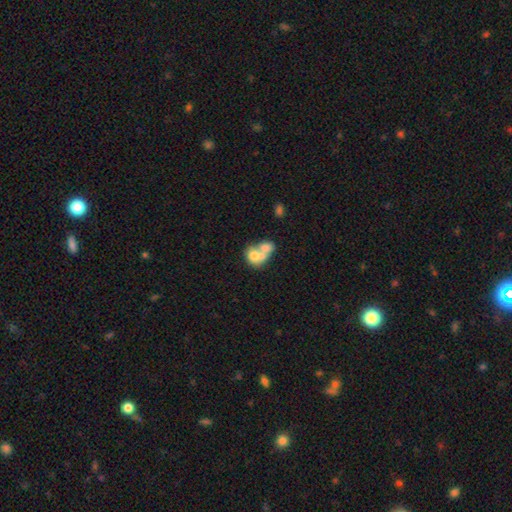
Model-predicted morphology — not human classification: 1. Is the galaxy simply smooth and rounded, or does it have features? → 63% smooth, 28% featured or disk, 9% star or artifact.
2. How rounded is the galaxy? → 50% in between, 49% round, 1% cigar-shaped.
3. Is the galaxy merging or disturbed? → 74% merger, 16% none, 6% minor disturbance, 5% major disturbance.